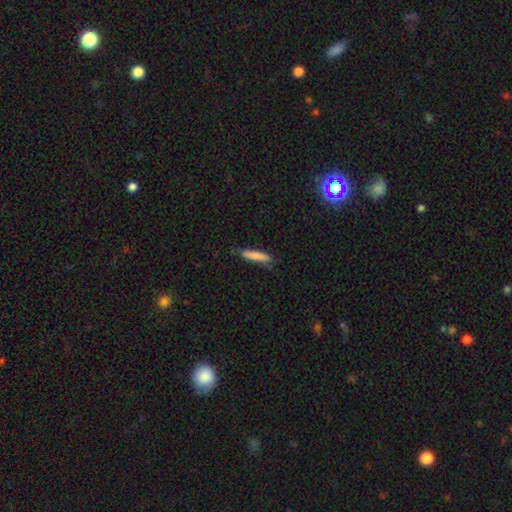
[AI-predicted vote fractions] Smooth or featured?
  - smooth: 82% *
  - featured or disk: 12%
  - star or artifact: 6%
How rounded?
  - cigar-shaped: 88% *
  - in between: 11%
  - round: 1%
Merging?
  - none: 78% *
  - minor disturbance: 17%
  - major disturbance: 3%
  - merger: 1%